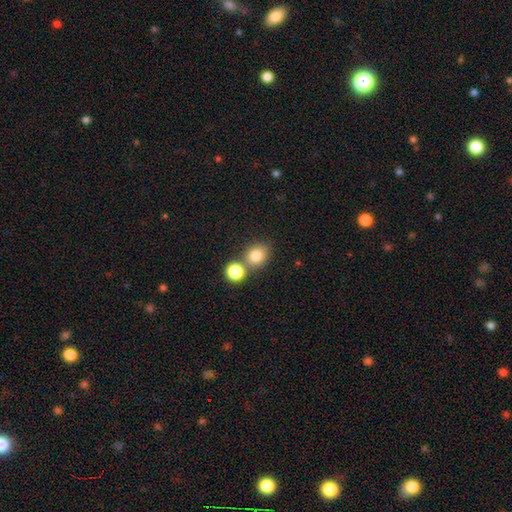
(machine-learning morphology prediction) This is likely a smooth galaxy (80%). How rounded: likely round (74%). Merging: possibly none (55%).